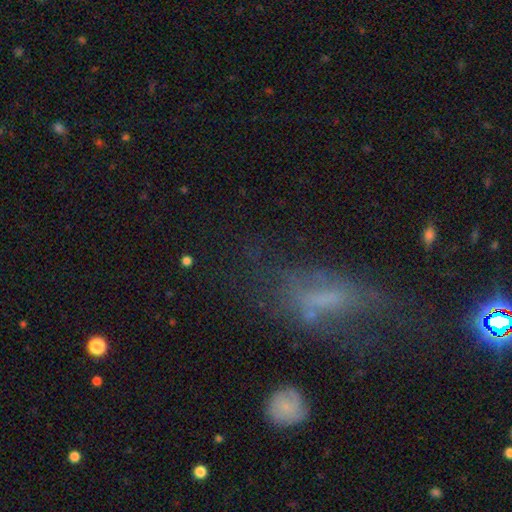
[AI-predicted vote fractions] Smooth or featured? featured or disk (38%)
Merging? none (42%)